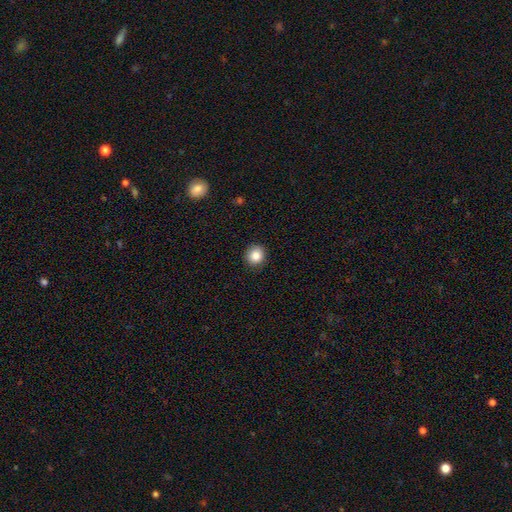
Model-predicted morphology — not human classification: A smooth galaxy with no disk features (85%) that is round (89%).

Vote fractions:
- Smooth or featured? smooth: 85% / star or artifact: 9% / featured or disk: 6%
- How rounded? round: 89% / in between: 10% / cigar-shaped: 1%
- Merging? none: 92% / minor disturbance: 6% / major disturbance: 2% / merger: 1%